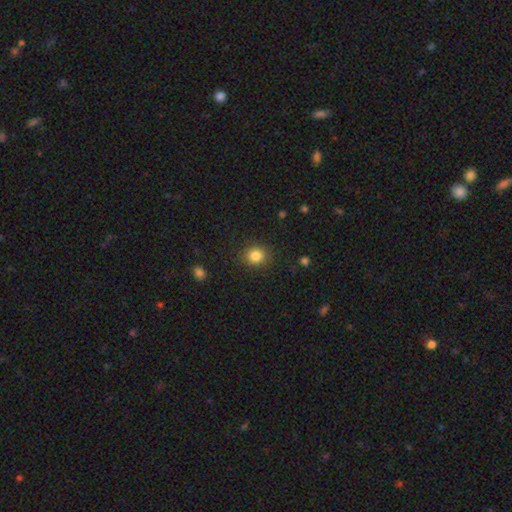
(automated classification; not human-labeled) Q: Smooth or featured?
A: smooth (84%); runner-up: star or artifact (11%)
Q: How rounded?
A: round (81%); runner-up: in between (19%)
Q: Merging?
A: none (88%); runner-up: minor disturbance (8%)